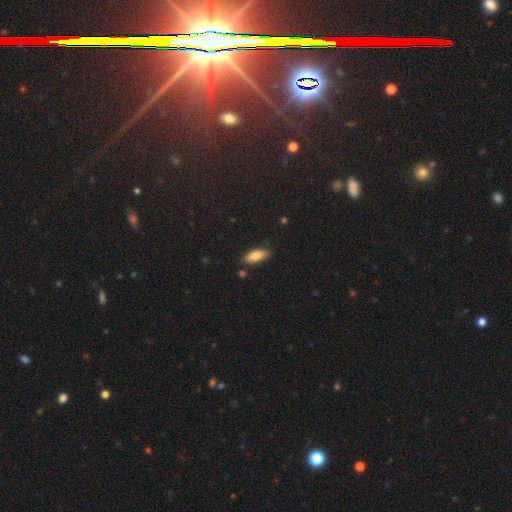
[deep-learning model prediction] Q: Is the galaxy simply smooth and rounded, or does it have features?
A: smooth — 85%.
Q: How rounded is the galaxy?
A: in between — 81%.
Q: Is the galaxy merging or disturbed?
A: none — 81%.